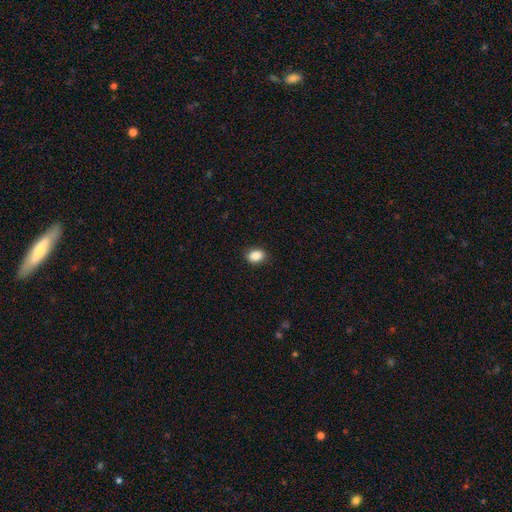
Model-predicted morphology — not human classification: This appears to be a smooth galaxy with no disk features (87%) that is in between round and cigar-shaped (69%). Merging: none (89%).